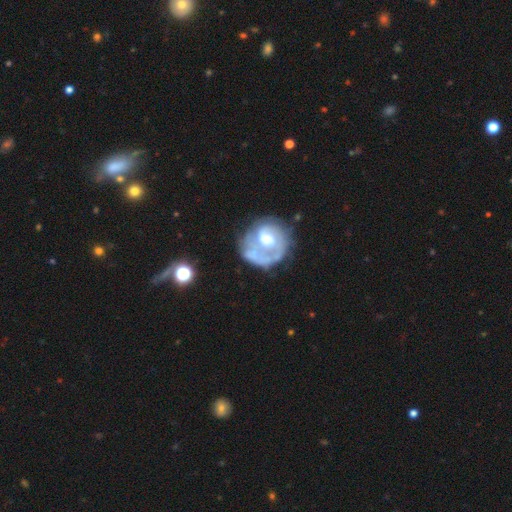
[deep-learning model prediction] Smooth or featured?
  - featured or disk: 68% *
  - smooth: 25%
  - star or artifact: 7%
Edge-on disk?
  - no: 98% *
  - yes: 2%
Bar?
  - no: 68% *
  - weak: 26%
  - strong: 6%
Spiral arms?
  - yes: 65% *
  - no: 35%
Bulge size?
  - moderate: 54% *
  - small: 18%
  - large: 16%
  - none: 9%
  - dominant: 2%
Merging?
  - none: 48% *
  - major disturbance: 24%
  - minor disturbance: 20%
  - merger: 8%